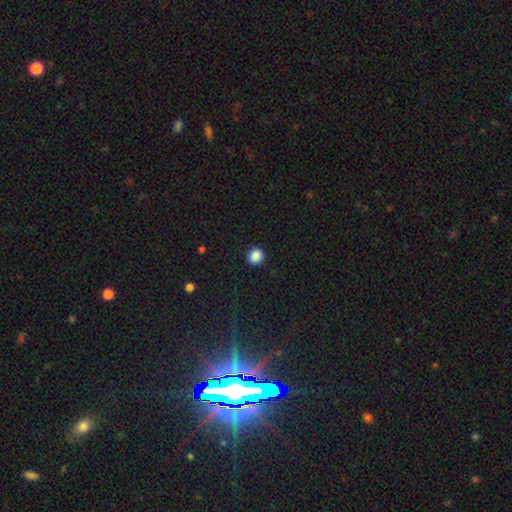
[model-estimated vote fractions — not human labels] Smooth or featured? Predicted: smooth (p=0.88). How rounded? Predicted: round (p=0.86). Merging? Predicted: none (p=0.91).